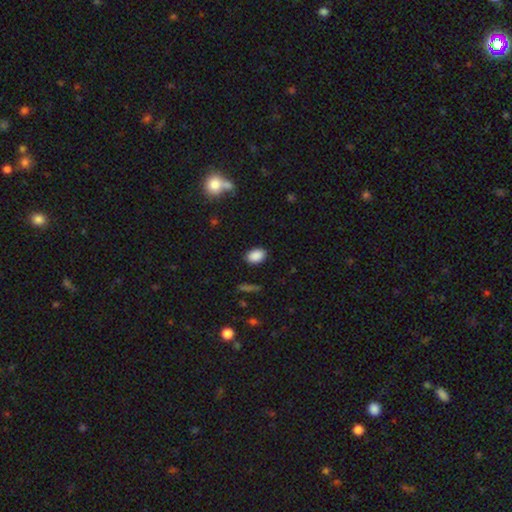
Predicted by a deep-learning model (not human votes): A smooth galaxy with no disk features (88%) that is in between round and cigar-shaped (84%). Merging: none (87%).